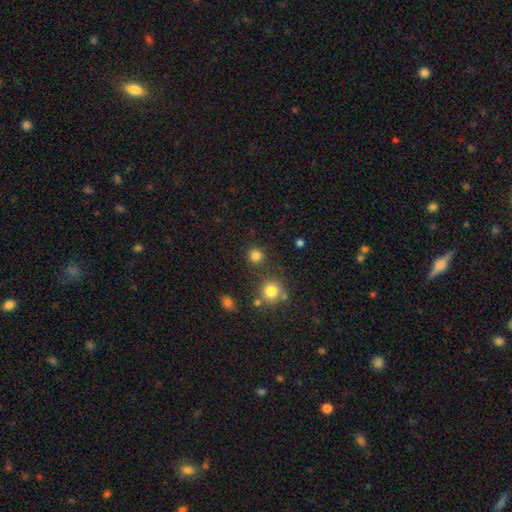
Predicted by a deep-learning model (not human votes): smooth_or_featured: smooth (p=0.82) [alt: star or artifact p=0.14]
how_rounded: round (p=0.92) [alt: in between p=0.07]
merging: none (p=0.83) [alt: minor disturbance p=0.07]